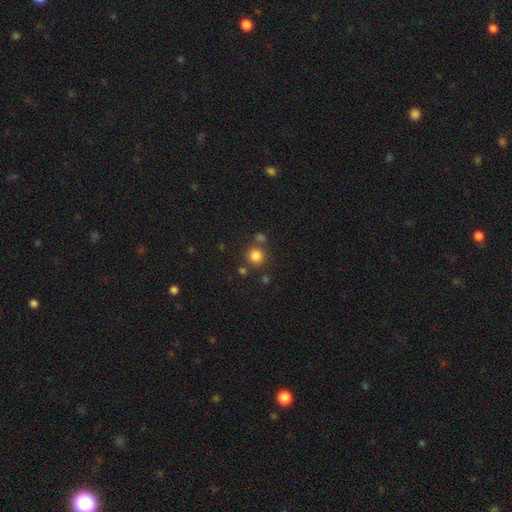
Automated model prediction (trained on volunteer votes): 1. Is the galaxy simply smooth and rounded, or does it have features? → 82% smooth, 13% star or artifact, 5% featured or disk.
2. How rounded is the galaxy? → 92% round, 7% in between, 1% cigar-shaped.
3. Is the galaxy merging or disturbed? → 75% none, 13% merger, 8% minor disturbance, 4% major disturbance.